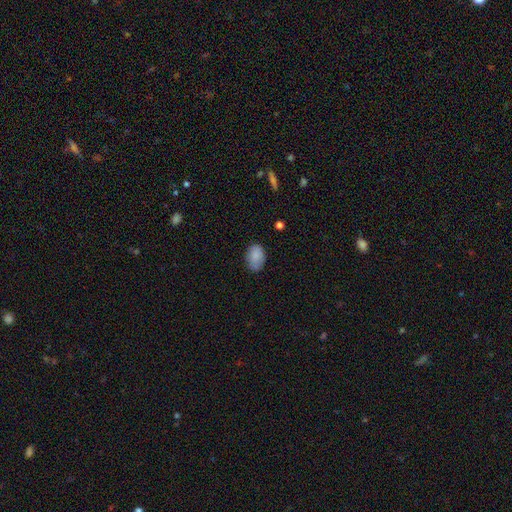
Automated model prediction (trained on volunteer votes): A smooth galaxy with no disk features (87%) that is in between round and cigar-shaped (86%).

Vote fractions:
- Smooth or featured? smooth: 87% / star or artifact: 7% / featured or disk: 6%
- How rounded? in between: 86% / round: 13% / cigar-shaped: 1%
- Merging? none: 76% / minor disturbance: 19% / major disturbance: 4% / merger: 1%